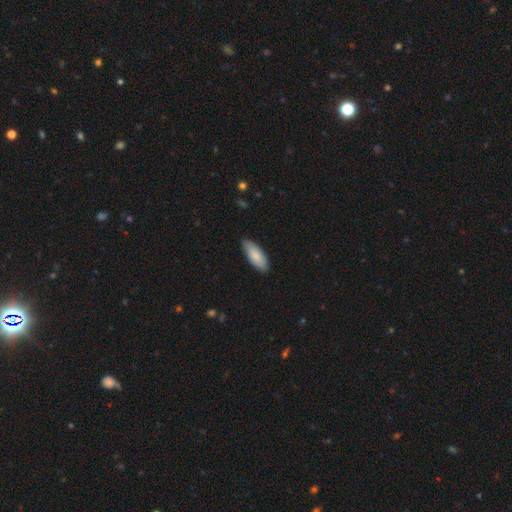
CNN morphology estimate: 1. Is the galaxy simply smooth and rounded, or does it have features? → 84% smooth, 11% featured or disk, 5% star or artifact.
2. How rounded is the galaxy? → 80% in between, 19% cigar-shaped, 2% round.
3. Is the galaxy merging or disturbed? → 85% none, 12% minor disturbance, 2% major disturbance, 1% merger.